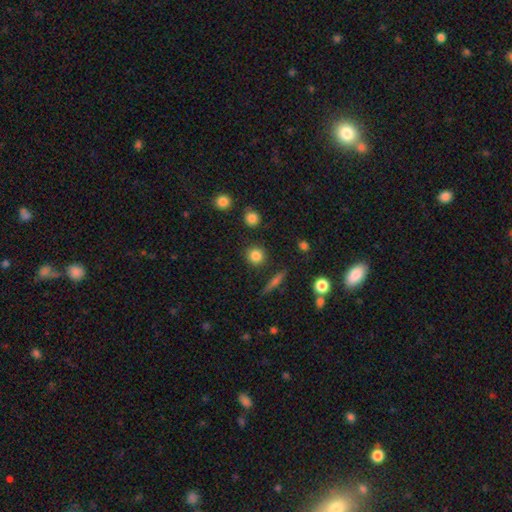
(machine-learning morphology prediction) A smooth galaxy with no disk features (83%) that is round (93%). Merging: none (88%).